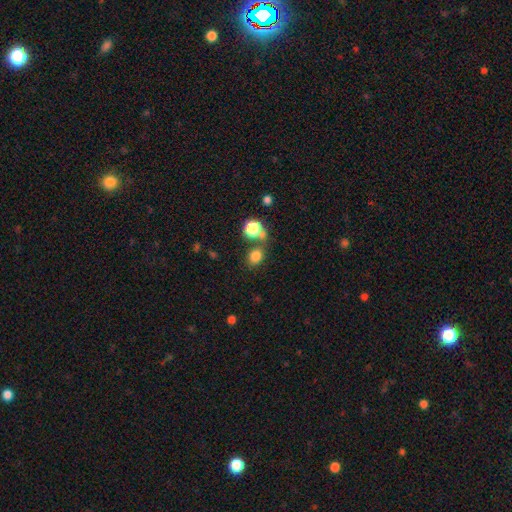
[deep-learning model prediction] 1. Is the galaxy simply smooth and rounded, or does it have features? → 80% smooth, 14% star or artifact, 6% featured or disk.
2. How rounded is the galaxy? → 54% round, 45% in between, 1% cigar-shaped.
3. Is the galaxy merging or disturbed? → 64% none, 19% merger, 11% minor disturbance, 5% major disturbance.